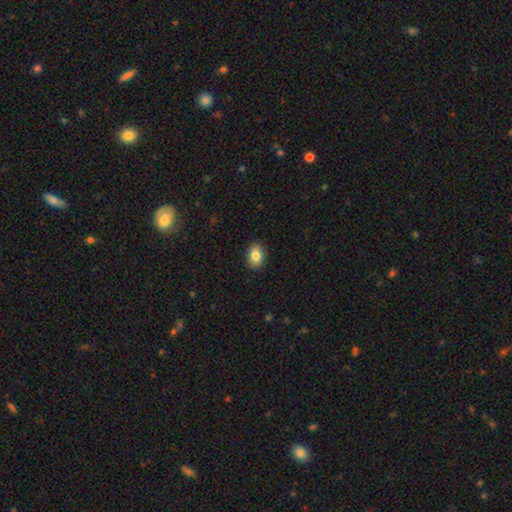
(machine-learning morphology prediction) This is clearly a smooth galaxy (83%). How rounded: likely in between (78%). Merging: clearly none (89%).